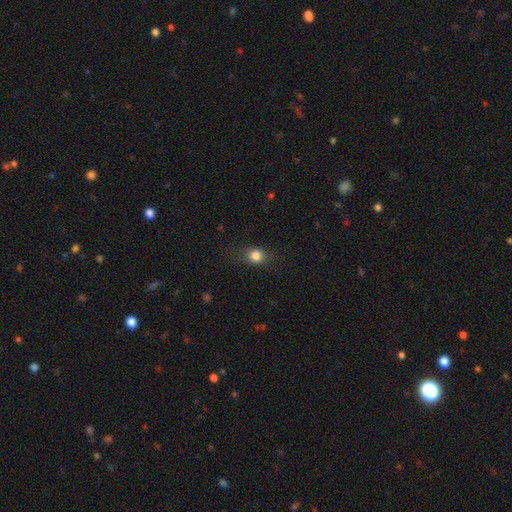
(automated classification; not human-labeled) This is clearly a smooth galaxy (82%). How rounded: likely round (68%). Merging: likely none (77%).